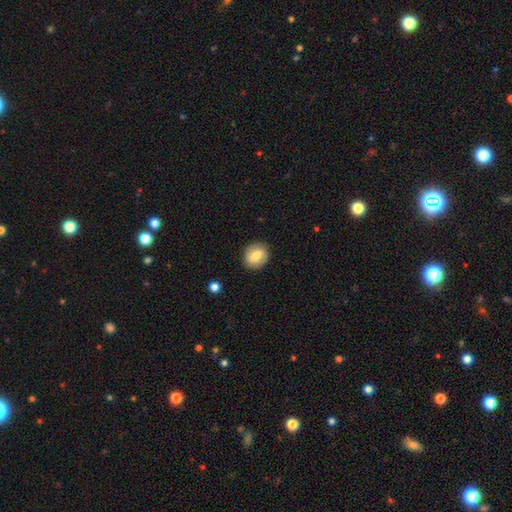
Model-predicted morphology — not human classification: Overall: smooth (59%; featured or disk 33%). How rounded: round (61%; in between 38%). Merging: none (86%).